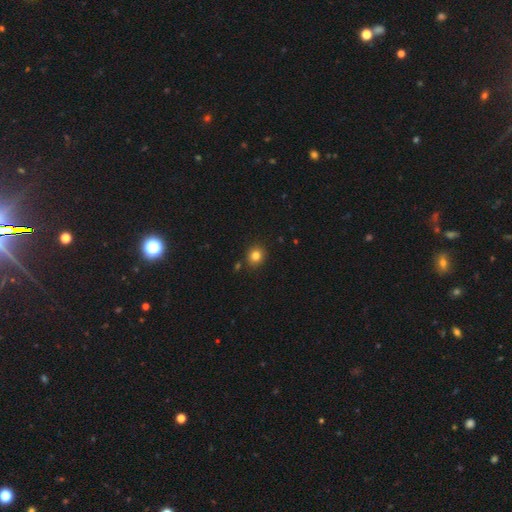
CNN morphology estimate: The model was most divided on "how rounded": round: 81%, in between: 18%, cigar-shaped: 1%. More confident: merging — none (88%); smooth or featured — smooth (82%).